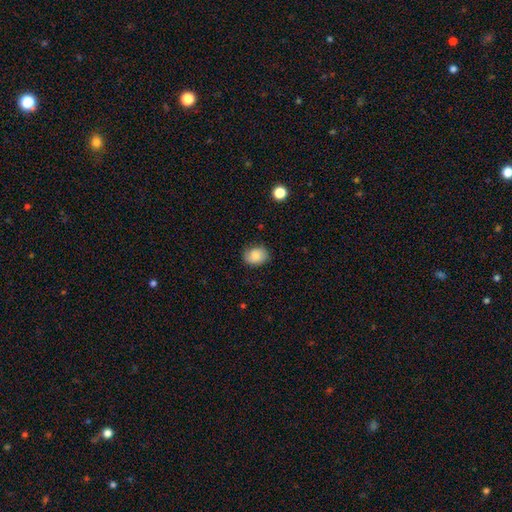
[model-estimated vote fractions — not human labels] The model was most divided on "how rounded": in between: 57%, round: 42%, cigar-shaped: 1%. More confident: smooth or featured — smooth (82%); merging — none (78%).